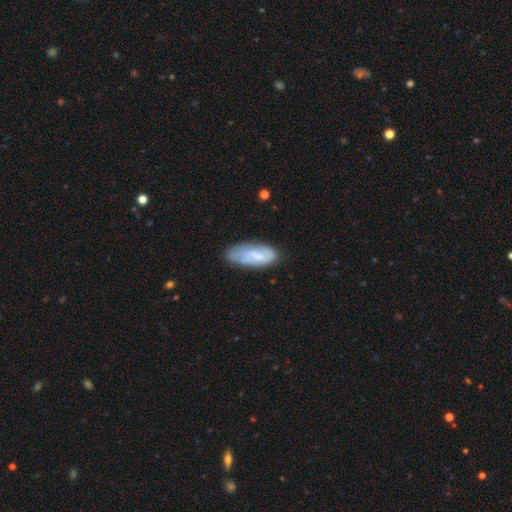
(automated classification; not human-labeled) Morphology: type=smooth (56%); roundness=in between (81%); merging=none (62%).